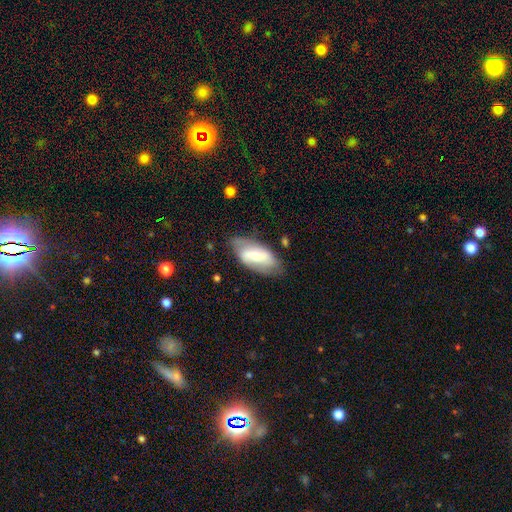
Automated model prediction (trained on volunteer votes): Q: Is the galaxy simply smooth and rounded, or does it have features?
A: featured or disk — 55%.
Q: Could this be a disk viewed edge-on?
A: no — 91%.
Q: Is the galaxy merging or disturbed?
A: none — 70%.